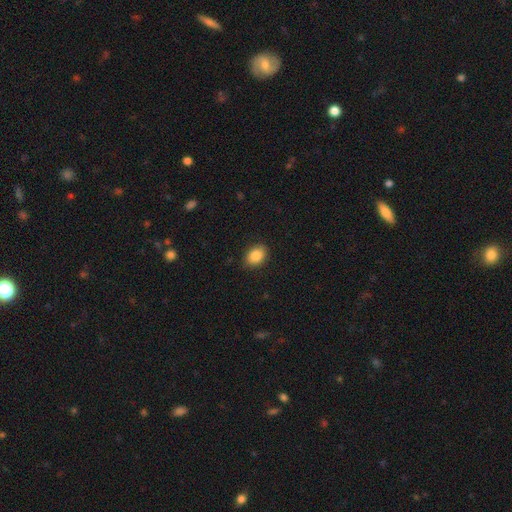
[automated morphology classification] smooth-or-featured: smooth: 88% | star or artifact: 8% | featured or disk: 4%
  how-rounded: in between: 76% | round: 23% | cigar-shaped: 1%
  merging: none: 87% | minor disturbance: 10% | major disturbance: 2% | merger: 1%